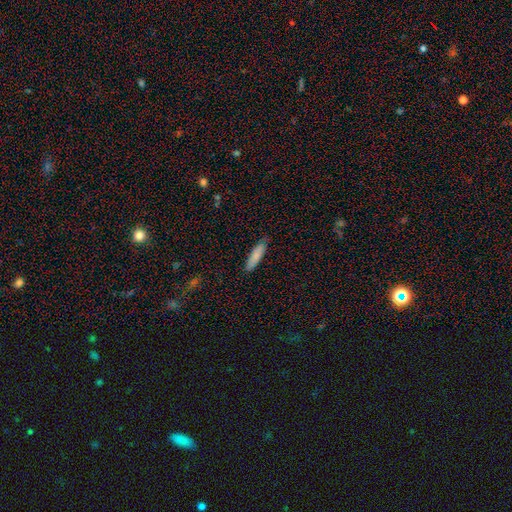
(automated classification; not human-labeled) smooth 84%, featured or disk 10%, star or artifact 6%. Down the decision tree: how rounded — cigar-shaped (73%); merging — none (83%).